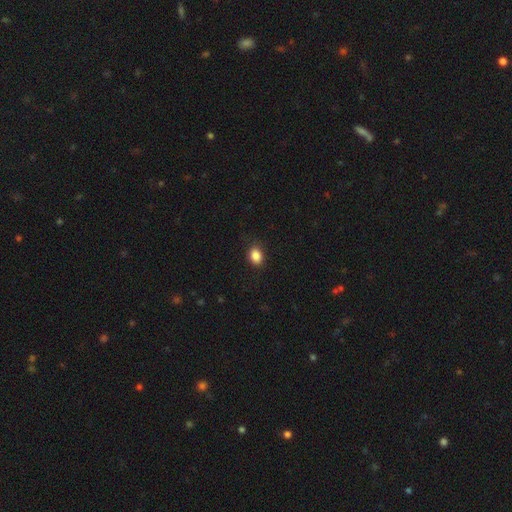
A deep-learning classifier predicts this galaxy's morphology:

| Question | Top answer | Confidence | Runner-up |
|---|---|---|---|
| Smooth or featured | smooth | 87% | star or artifact (9%) |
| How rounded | in between | 67% | round (32%) |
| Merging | none | 86% | minor disturbance (11%) |